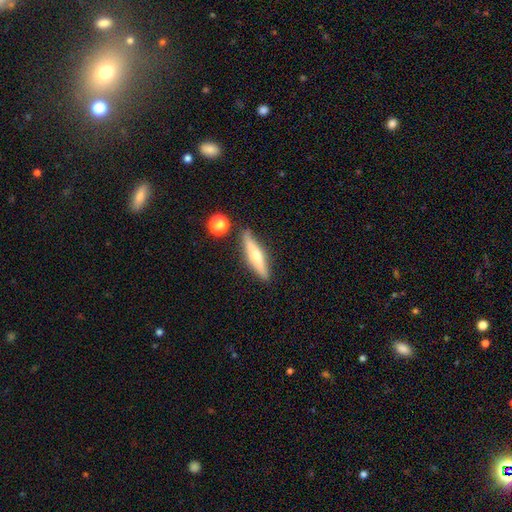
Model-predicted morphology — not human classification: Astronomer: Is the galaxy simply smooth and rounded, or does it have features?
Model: featured or disk — 52% (runner-up: smooth, 41%).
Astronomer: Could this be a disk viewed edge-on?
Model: yes — 94%.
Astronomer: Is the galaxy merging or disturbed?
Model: none — 84%.